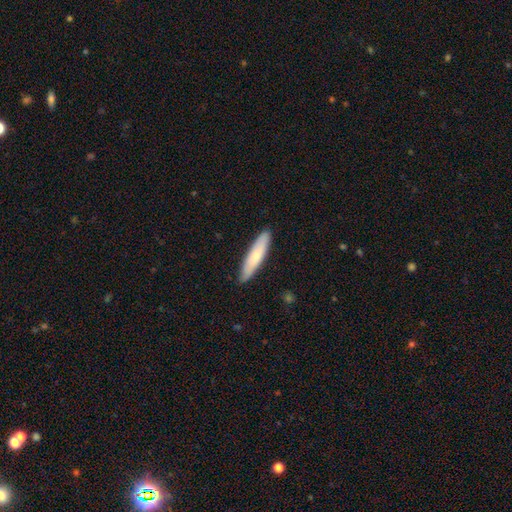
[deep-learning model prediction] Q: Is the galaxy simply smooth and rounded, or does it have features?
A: smooth — 69%.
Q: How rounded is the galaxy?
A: cigar-shaped — 81%.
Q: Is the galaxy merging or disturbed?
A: none — 88%.